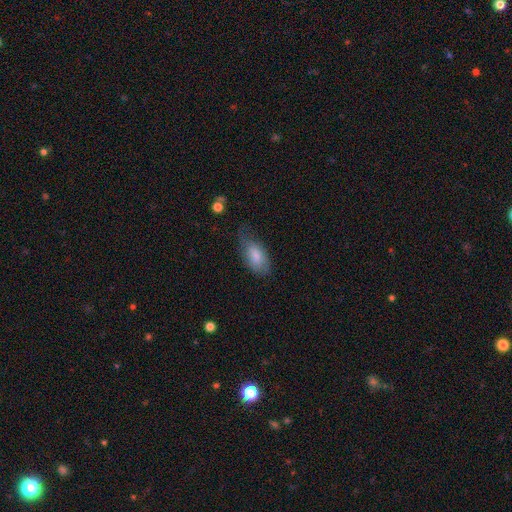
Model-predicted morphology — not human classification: smooth-or-featured: smooth: 79% | featured or disk: 15% | star or artifact: 6%
  how-rounded: in between: 91% | cigar-shaped: 6% | round: 3%
  merging: none: 49% | minor disturbance: 36% | major disturbance: 14% | merger: 2%